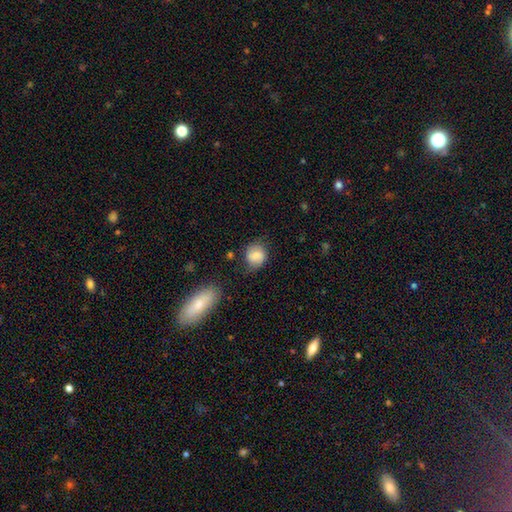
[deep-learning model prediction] Smooth or featured?
  - smooth: 76% *
  - featured or disk: 15%
  - star or artifact: 9%
How rounded?
  - round: 68% *
  - in between: 31%
  - cigar-shaped: 1%
Merging?
  - none: 68% *
  - minor disturbance: 22%
  - major disturbance: 6%
  - merger: 4%